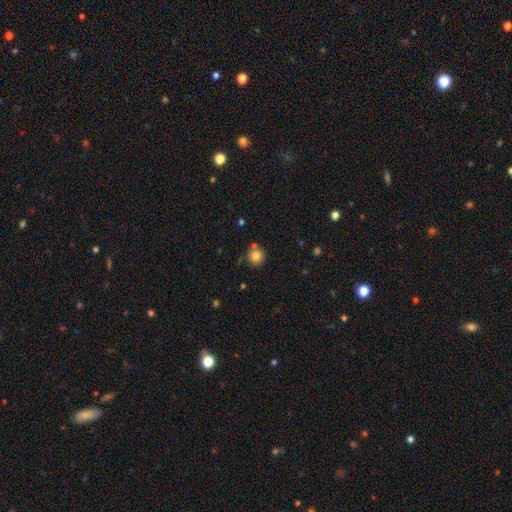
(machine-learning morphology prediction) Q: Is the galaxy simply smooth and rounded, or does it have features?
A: smooth — 81%.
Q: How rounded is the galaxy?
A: round — 92%.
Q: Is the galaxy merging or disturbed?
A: none — 73%.